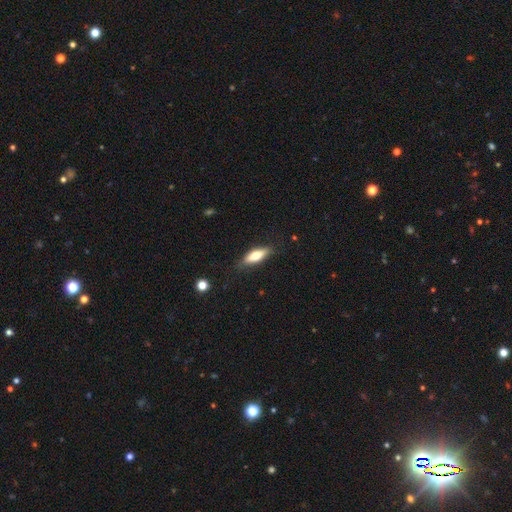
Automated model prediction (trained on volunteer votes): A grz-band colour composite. It shows a smooth galaxy with no disk features (66%) that is in between round and cigar-shaped (58%). Merging: none (82%).